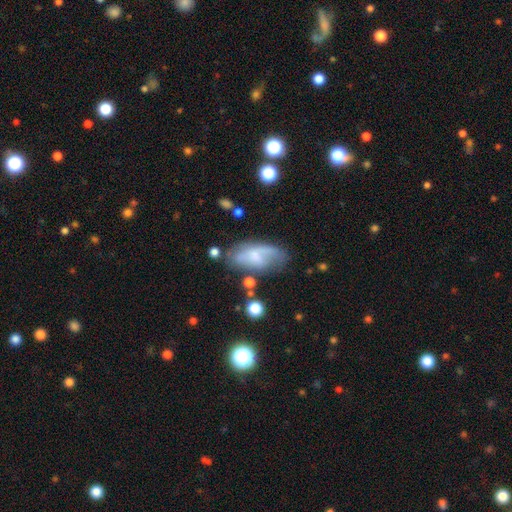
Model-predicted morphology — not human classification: Q: Smooth or featured?
A: smooth (48%); runner-up: featured or disk (44%)
Q: Merging?
A: none (48%); runner-up: minor disturbance (27%)